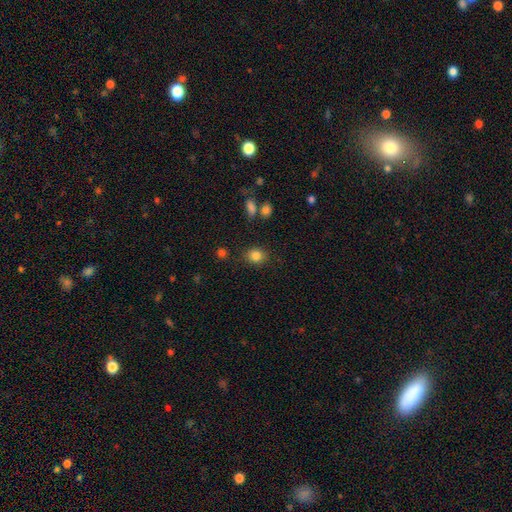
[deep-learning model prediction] Overall: smooth (84%). How rounded: round (62%; in between 37%). Merging: none (83%).